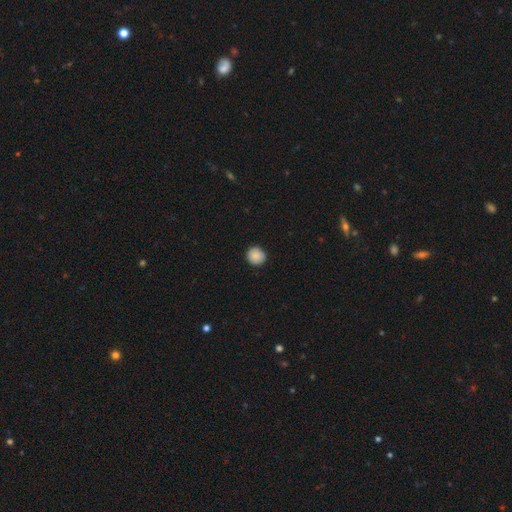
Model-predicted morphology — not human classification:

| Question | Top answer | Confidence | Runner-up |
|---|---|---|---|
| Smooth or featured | smooth | 88% | star or artifact (8%) |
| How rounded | round | 92% | in between (7%) |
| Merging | none | 91% | minor disturbance (6%) |